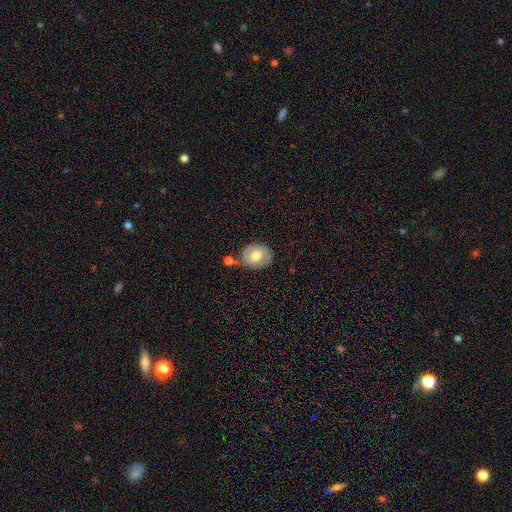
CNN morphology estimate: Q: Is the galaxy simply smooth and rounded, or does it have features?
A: smooth — 50%.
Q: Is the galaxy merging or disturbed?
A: none — 58%.